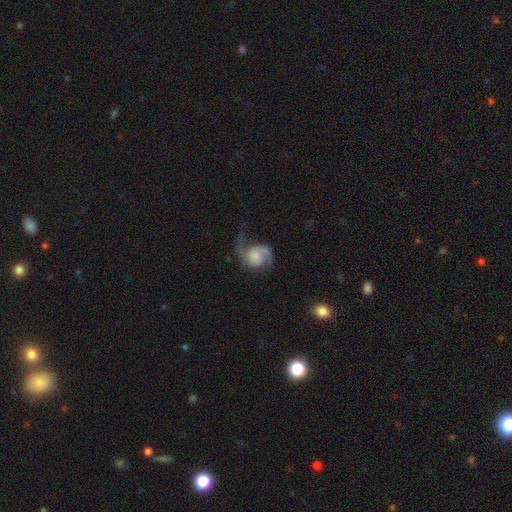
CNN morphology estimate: Smooth or featured? Predicted: featured or disk (p=0.70). Edge-on disk? Predicted: no (p=0.98). Bar? Predicted: no (p=0.70). Spiral arms? Predicted: yes (p=0.93). Spiral winding? Predicted: loose (p=0.44). Spiral arm count? Predicted: 2 (p=0.66). Bulge size? Predicted: none (p=0.41). Merging? Predicted: none (p=0.42).